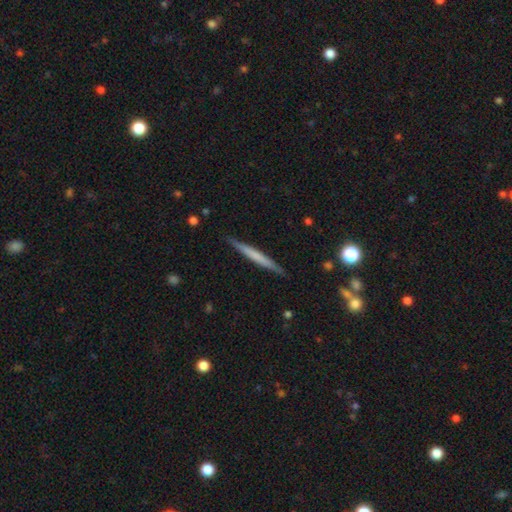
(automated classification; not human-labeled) smooth_or_featured: smooth (p=0.51) [alt: featured or disk p=0.43]
how_rounded: cigar-shaped (p=0.96) [alt: in between p=0.02]
merging: none (p=0.89) [alt: minor disturbance p=0.08]